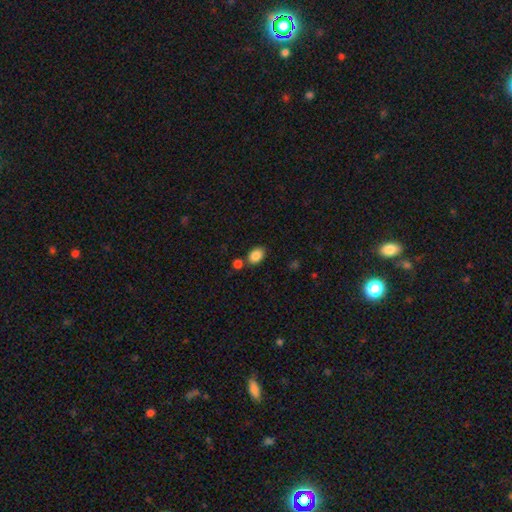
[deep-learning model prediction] Q: Smooth or featured?
A: smooth (86%); runner-up: star or artifact (8%)
Q: How rounded?
A: in between (79%); runner-up: round (20%)
Q: Merging?
A: none (73%); runner-up: merger (13%)